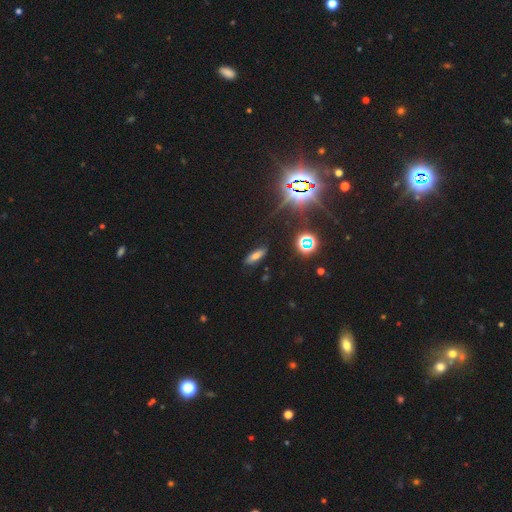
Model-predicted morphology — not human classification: type=smooth (63%); roundness=in between (57%); merging=none (84%).